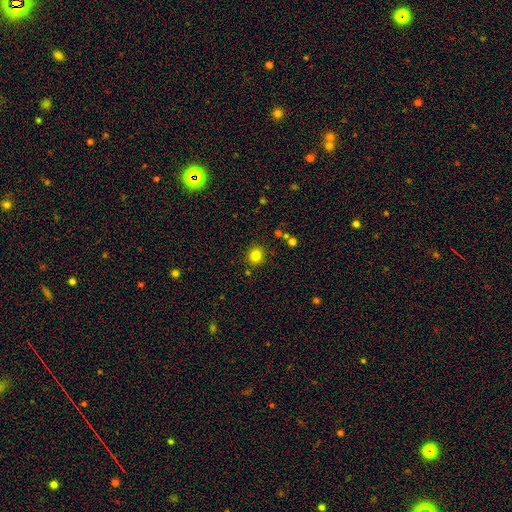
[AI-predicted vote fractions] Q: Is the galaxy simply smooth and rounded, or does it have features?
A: smooth — 83%.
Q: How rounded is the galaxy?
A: round — 85%.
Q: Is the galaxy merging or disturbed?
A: none — 86%.